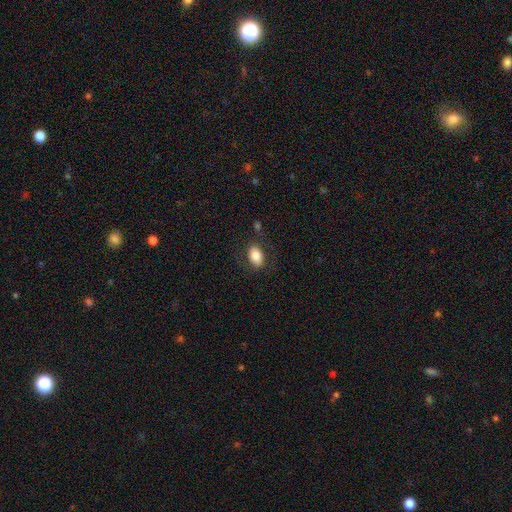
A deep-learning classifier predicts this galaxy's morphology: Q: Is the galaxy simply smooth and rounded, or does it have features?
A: smooth — 81%.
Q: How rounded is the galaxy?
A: in between — 88%.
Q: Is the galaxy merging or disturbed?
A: none — 79%.